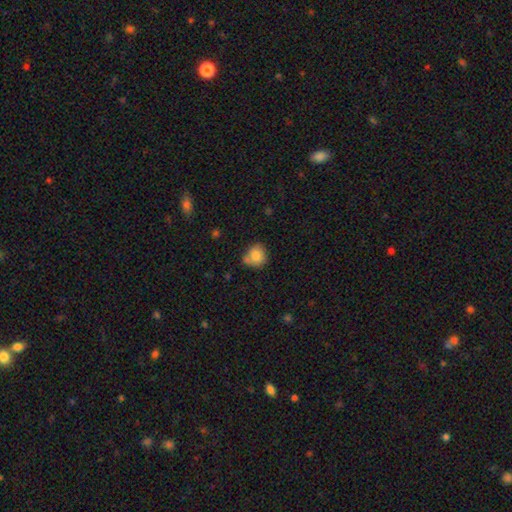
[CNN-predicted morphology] The model was most divided on "merging": none: 58%, minor disturbance: 22%, merger: 16%, major disturbance: 5%. More confident: smooth or featured — smooth (81%); how rounded — round (80%).